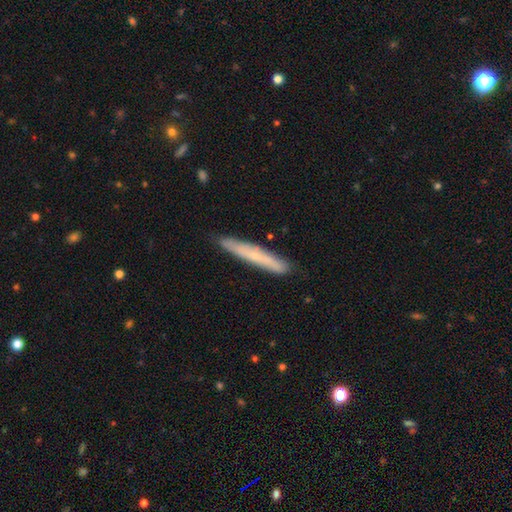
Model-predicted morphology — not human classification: Smooth or featured? smooth (54%)
How rounded? cigar-shaped (95%)
Merging? none (86%)